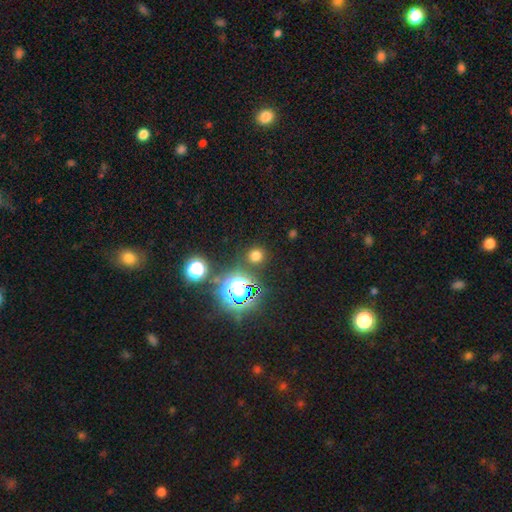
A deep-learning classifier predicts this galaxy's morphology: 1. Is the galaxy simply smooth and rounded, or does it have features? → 64% smooth, 30% star or artifact, 6% featured or disk.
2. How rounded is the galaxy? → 90% round, 9% in between, 1% cigar-shaped.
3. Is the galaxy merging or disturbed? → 85% none, 7% minor disturbance, 4% merger, 3% major disturbance.